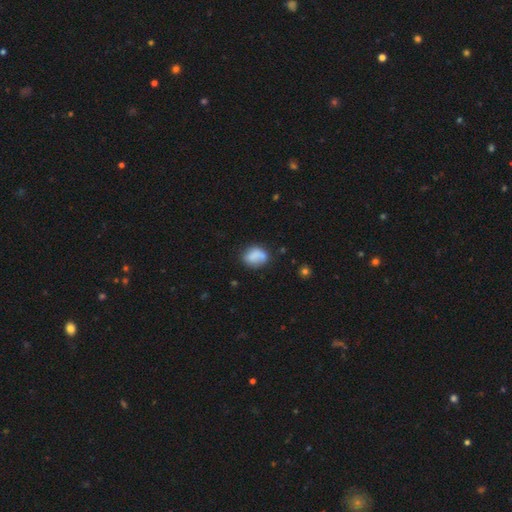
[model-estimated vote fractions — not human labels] smooth_or_featured: smooth (p=0.77) [alt: featured or disk p=0.14]
how_rounded: in between (p=0.58) [alt: round p=0.40]
merging: none (p=0.56) [alt: minor disturbance p=0.25]